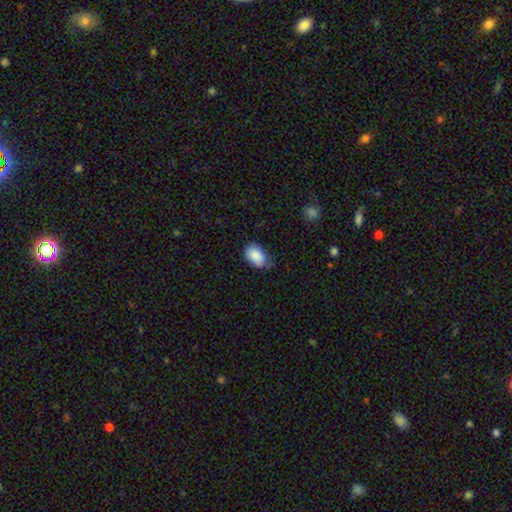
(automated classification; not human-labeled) Morphology: type=smooth (87%); roundness=in between (85%); merging=none (58%).